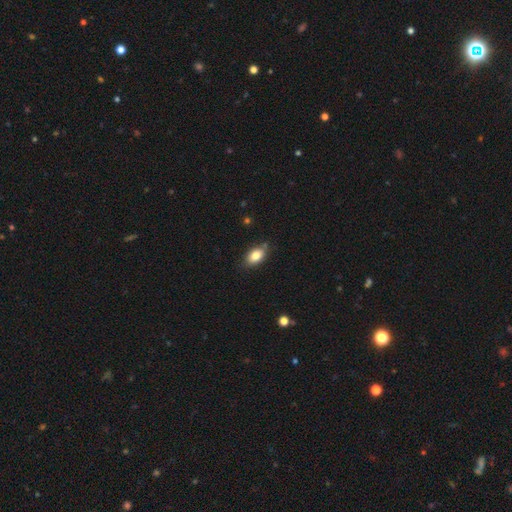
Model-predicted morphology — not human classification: smooth_or_featured: smooth (p=0.82) [alt: featured or disk p=0.10]
how_rounded: in between (p=0.89) [alt: round p=0.08]
merging: none (p=0.76) [alt: minor disturbance p=0.18]